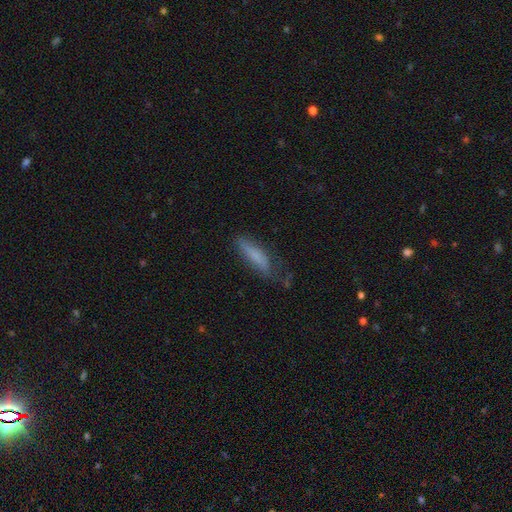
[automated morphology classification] Q: Smooth or featured?
A: smooth (71%); runner-up: featured or disk (20%)
Q: How rounded?
A: cigar-shaped (72%); runner-up: in between (26%)
Q: Merging?
A: none (59%); runner-up: minor disturbance (28%)